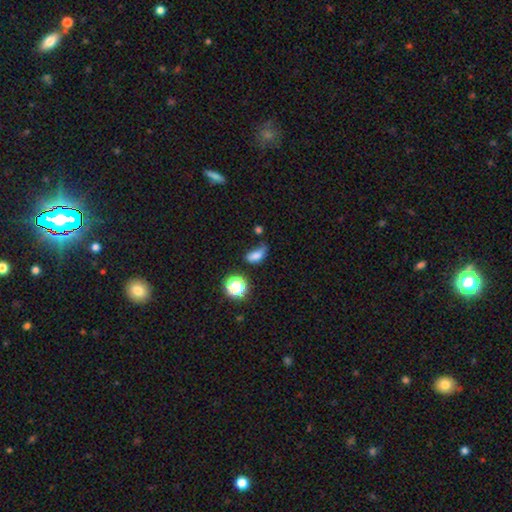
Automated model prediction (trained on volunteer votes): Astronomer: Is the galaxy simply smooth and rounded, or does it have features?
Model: smooth — 72%.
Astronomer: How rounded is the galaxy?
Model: in between — 77%.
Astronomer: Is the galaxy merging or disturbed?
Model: none — 37% (runner-up: minor disturbance, 32%).